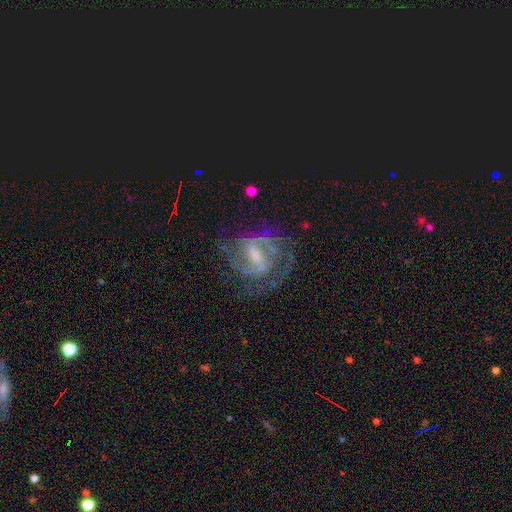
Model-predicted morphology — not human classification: The model was most divided on "bulge size": small: 37%, moderate: 33%, none: 22%, large: 7%, dominant: 1%. Remaining: edge-on disk — no (96%); spiral arms — yes (93%); smooth or featured — featured or disk (85%); spiral arm count — 2 (69%); merging — none (66%); spiral winding — medium (51%); bar — strong (47%).